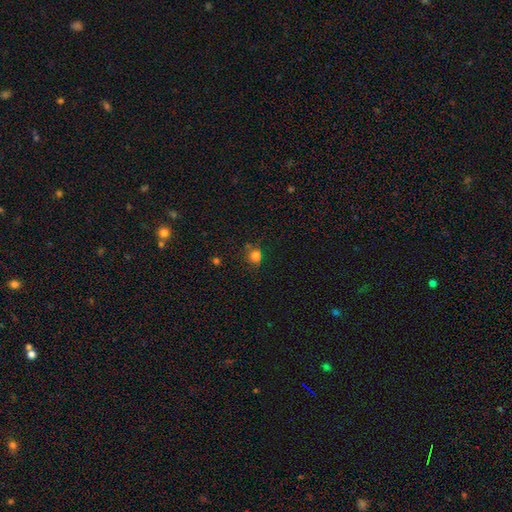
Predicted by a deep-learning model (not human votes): smooth-or-featured: smooth: 77% | star or artifact: 16% | featured or disk: 6%
  how-rounded: round: 82% | in between: 17% | cigar-shaped: 1%
  merging: none: 69% | minor disturbance: 18% | merger: 7% | major disturbance: 6%